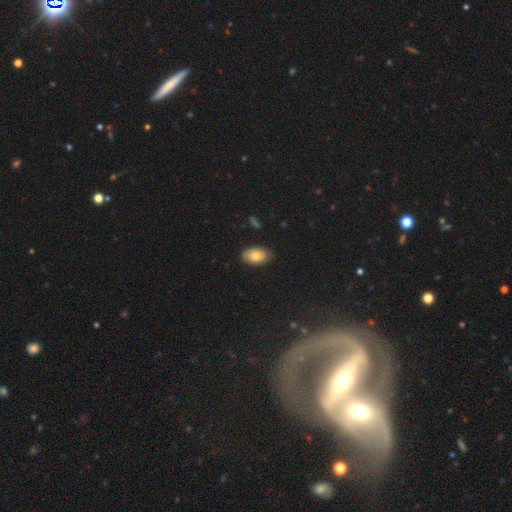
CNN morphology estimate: Smooth or featured?
  - smooth: 73% *
  - featured or disk: 19%
  - star or artifact: 8%
How rounded?
  - in between: 91% *
  - round: 8%
  - cigar-shaped: 1%
Merging?
  - none: 83% *
  - minor disturbance: 13%
  - major disturbance: 2%
  - merger: 1%